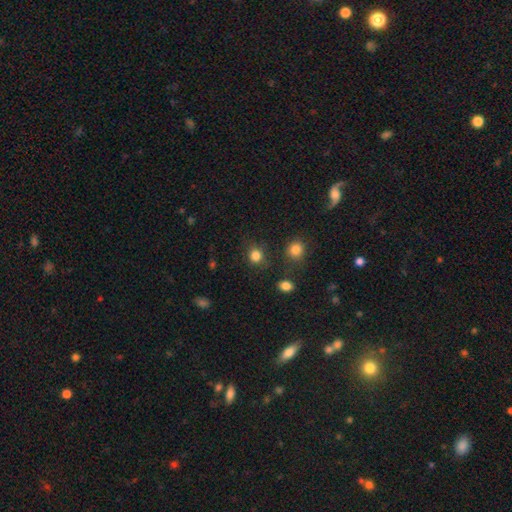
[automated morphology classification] smooth-or-featured: smooth: 83% | star or artifact: 13% | featured or disk: 4%
  how-rounded: round: 82% | in between: 17% | cigar-shaped: 1%
  merging: none: 80% | minor disturbance: 12% | major disturbance: 4% | merger: 4%